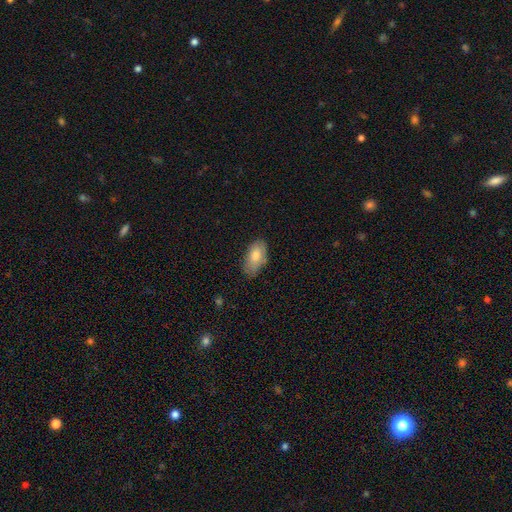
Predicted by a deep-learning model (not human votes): Smooth or featured: smooth — 78% (featured or disk — 16%)
How rounded: in between — 93% (round — 3%)
Merging: none — 74% (minor disturbance — 21%)